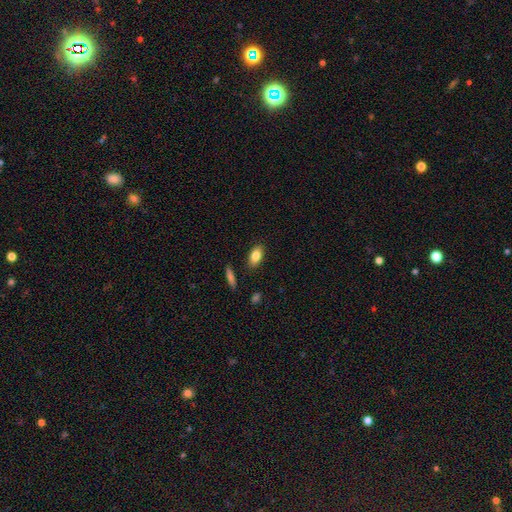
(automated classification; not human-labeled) The model was most divided on "smooth or featured": smooth: 84%, featured or disk: 8%, star or artifact: 8%. More confident: how rounded — in between (89%); merging — none (87%).